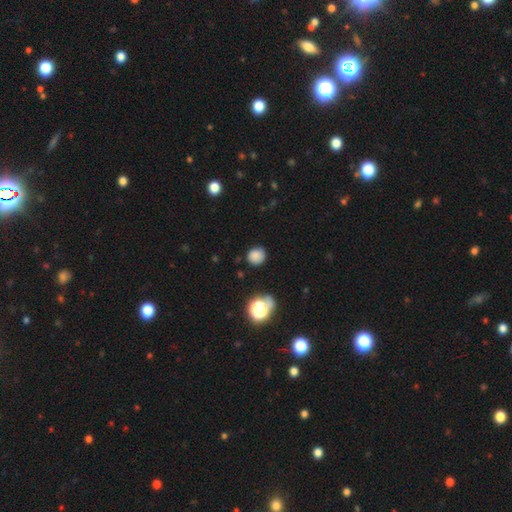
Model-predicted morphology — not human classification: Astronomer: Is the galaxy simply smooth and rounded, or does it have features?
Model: smooth — 81%.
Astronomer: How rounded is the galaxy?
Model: round — 87%.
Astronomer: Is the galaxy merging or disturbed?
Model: none — 84%.